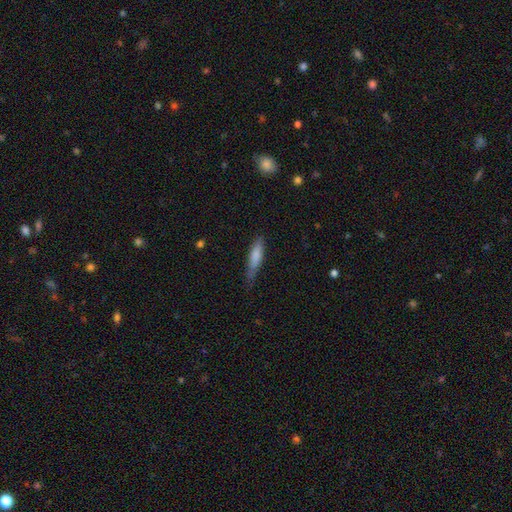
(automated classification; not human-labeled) Smooth or featured? smooth (77%)
How rounded? cigar-shaped (76%)
Merging? none (63%)